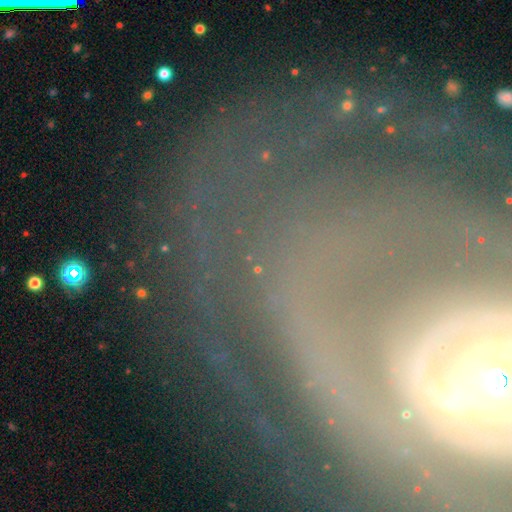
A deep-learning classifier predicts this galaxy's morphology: A featured or disk galaxy (47%).

Vote fractions:
- Smooth or featured? featured or disk: 47% / star or artifact: 37% / smooth: 15%
- Merging? none: 66% / minor disturbance: 15% / major disturbance: 12% / merger: 7%